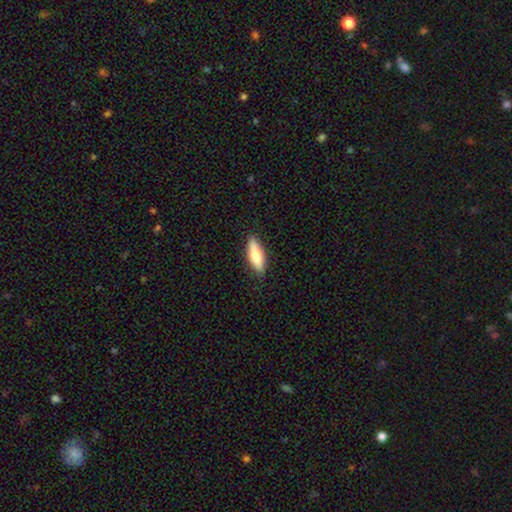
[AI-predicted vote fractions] The model was most divided on "how rounded": cigar-shaped: 51%, in between: 47%, round: 2%. More confident: merging — none (87%); smooth or featured — smooth (65%).